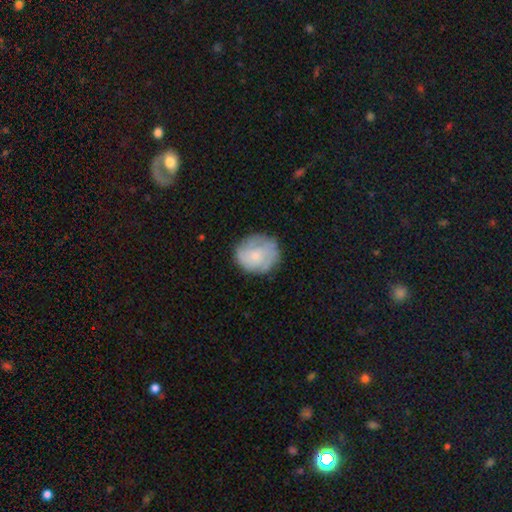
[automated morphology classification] Smooth or featured?
  - featured or disk: 51% *
  - smooth: 42%
  - star or artifact: 7%
Edge-on disk?
  - no: 98% *
  - yes: 2%
Merging?
  - none: 76% *
  - minor disturbance: 17%
  - major disturbance: 6%
  - merger: 1%